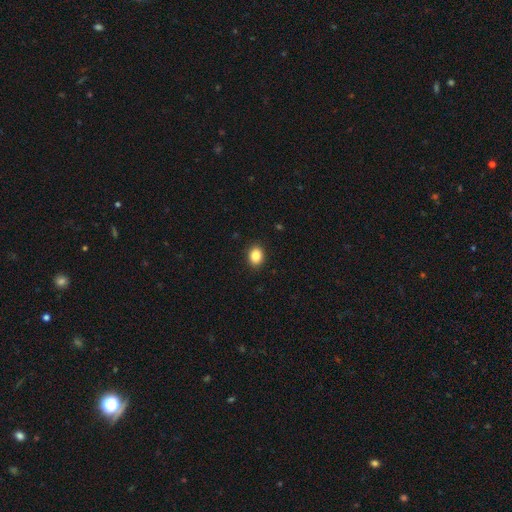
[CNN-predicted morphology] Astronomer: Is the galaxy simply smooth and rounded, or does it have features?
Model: smooth — 87%.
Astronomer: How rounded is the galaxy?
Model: in between — 56% (runner-up: round, 43%).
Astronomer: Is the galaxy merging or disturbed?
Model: none — 90%.